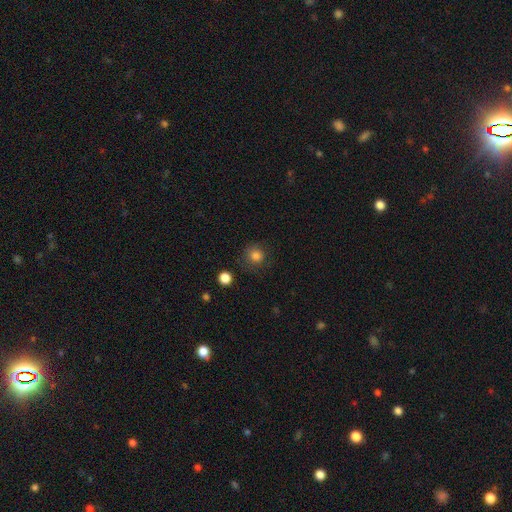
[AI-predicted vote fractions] Q: Smooth or featured?
A: smooth (83%); runner-up: star or artifact (12%)
Q: How rounded?
A: round (92%); runner-up: in between (7%)
Q: Merging?
A: none (82%); runner-up: minor disturbance (12%)